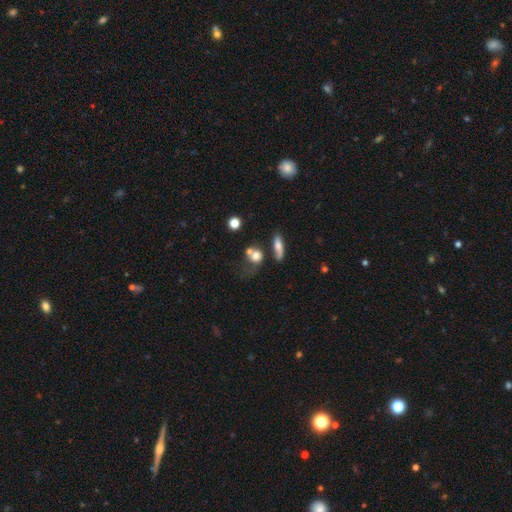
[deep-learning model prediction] The model was most divided on "merging": none: 37%, merger: 31%, minor disturbance: 16%, major disturbance: 16%. More confident: smooth or featured — smooth (72%); how rounded — round (68%).